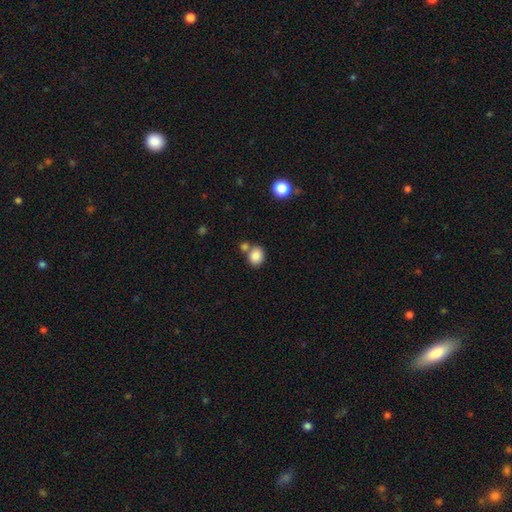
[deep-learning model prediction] smooth_or_featured: smooth (p=0.86) [alt: star or artifact p=0.10]
how_rounded: round (p=0.63) [alt: in between p=0.36]
merging: none (p=0.60) [alt: merger p=0.25]